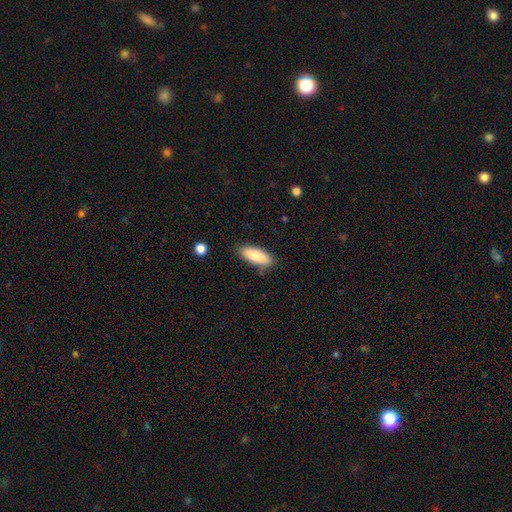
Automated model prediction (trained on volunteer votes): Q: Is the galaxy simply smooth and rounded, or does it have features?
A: smooth — 86%.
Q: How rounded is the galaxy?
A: in between — 69%.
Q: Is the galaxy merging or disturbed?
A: none — 83%.